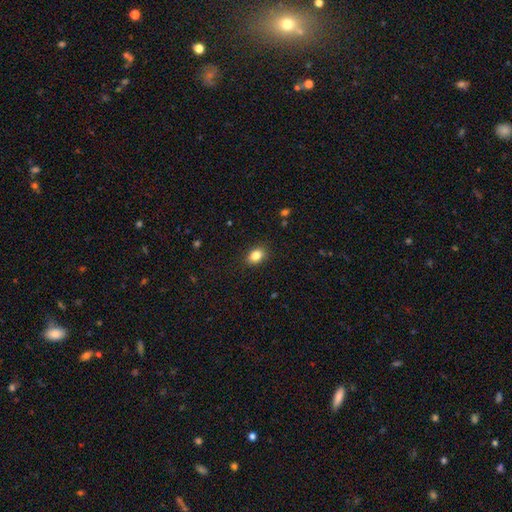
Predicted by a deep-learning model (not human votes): This is clearly a smooth galaxy (84%). How rounded: likely in between (71%). Merging: clearly none (88%).